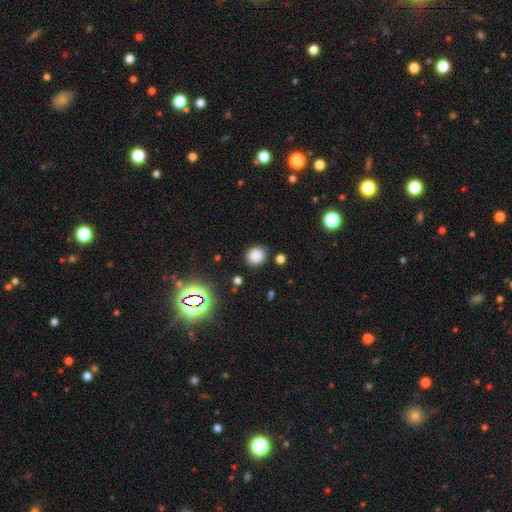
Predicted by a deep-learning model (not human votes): A smooth galaxy with no disk features (80%) that is round (84%).

Vote fractions:
- Smooth or featured? smooth: 80% / star or artifact: 15% / featured or disk: 5%
- How rounded? round: 84% / in between: 15% / cigar-shaped: 1%
- Merging? none: 84% / minor disturbance: 10% / major disturbance: 3% / merger: 3%